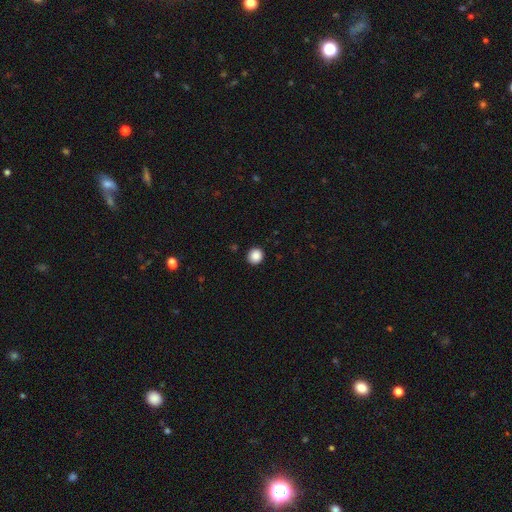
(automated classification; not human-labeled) This appears to be a smooth galaxy with no disk features (88%) that is round (93%). Merging: none (93%).